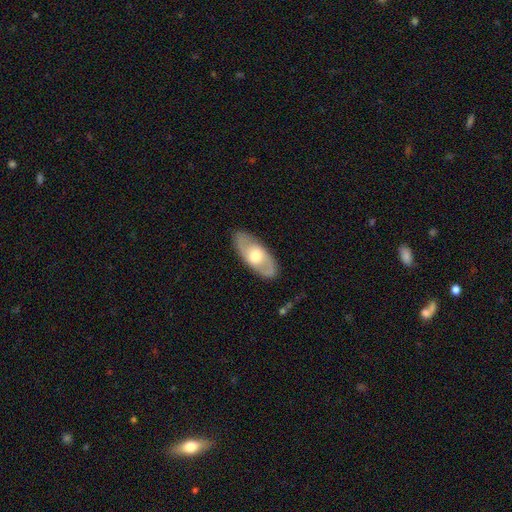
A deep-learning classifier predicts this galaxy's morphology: Overall: featured or disk (53%; smooth 42%). Edge-on disk: no (82%). Merging: none (86%).